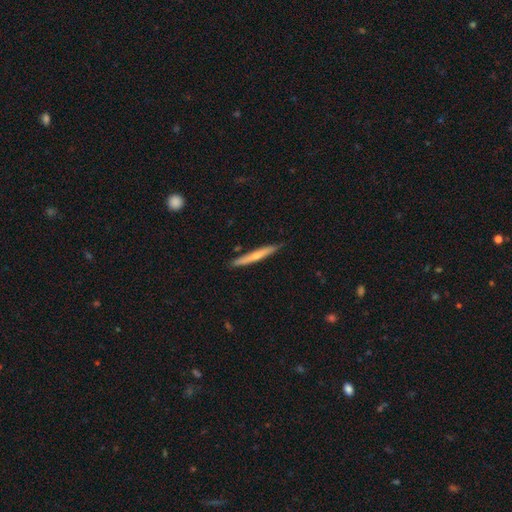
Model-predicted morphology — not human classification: A smooth galaxy with no disk features (53%) that is cigar-shaped (95%).

Vote fractions:
- Smooth or featured? smooth: 53% / featured or disk: 41% / star or artifact: 5%
- How rounded? cigar-shaped: 95% / in between: 3% / round: 1%
- Merging? none: 87% / minor disturbance: 10% / merger: 2% / major disturbance: 2%